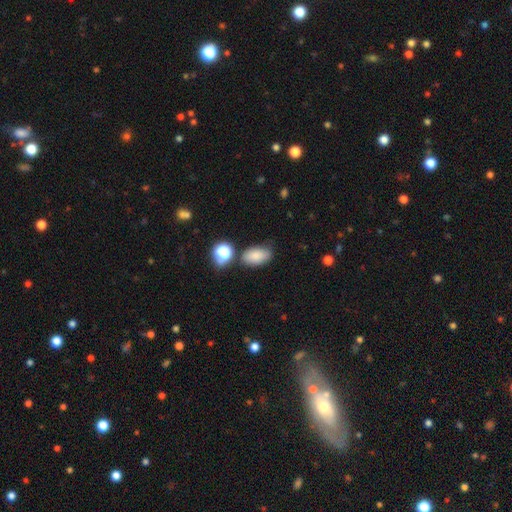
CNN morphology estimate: smooth-or-featured: smooth: 81% | star or artifact: 11% | featured or disk: 8%
  how-rounded: in between: 89% | round: 8% | cigar-shaped: 2%
  merging: none: 66% | minor disturbance: 20% | merger: 9% | major disturbance: 5%